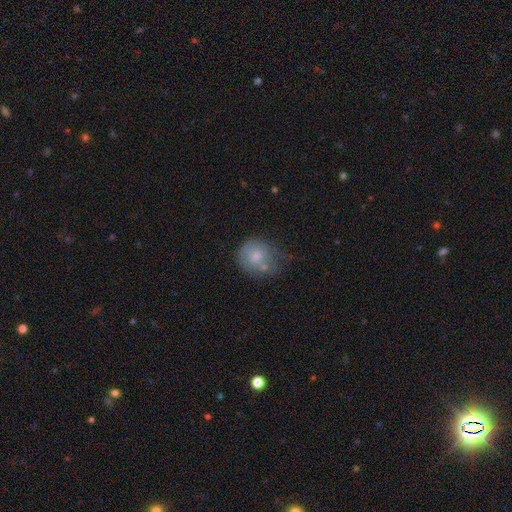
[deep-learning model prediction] A smooth galaxy with no disk features (70%) that is round (79%). Merging: none (40%).